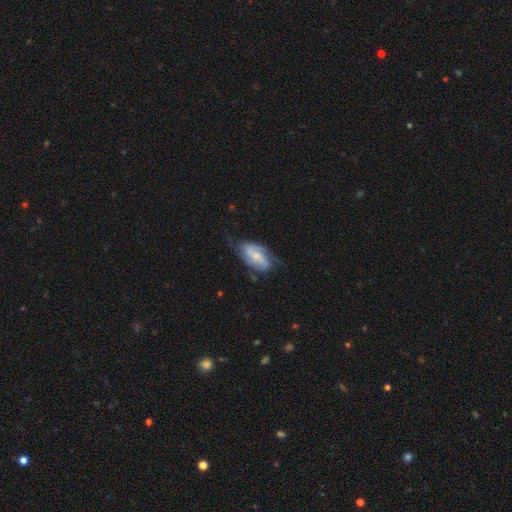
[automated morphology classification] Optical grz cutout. It shows a featured or disk galaxy (68%) with a weak bar (43%), 2 (75%) medium (43%) spiral arms (89%) and a small central bulge (53%). Merging: none (54%).